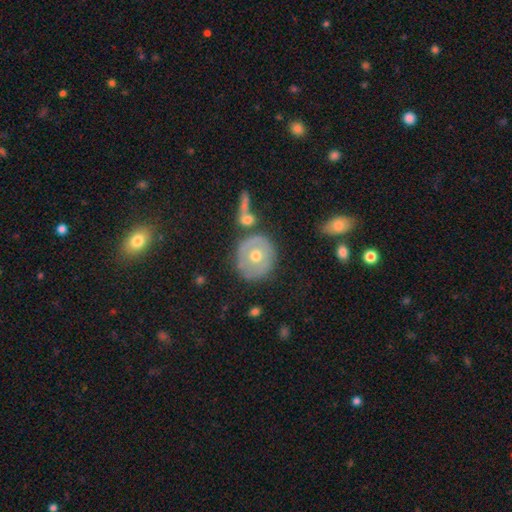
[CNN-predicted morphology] smooth_or_featured: smooth (p=0.48) [alt: featured or disk p=0.44]
merging: none (p=0.71) [alt: minor disturbance p=0.15]